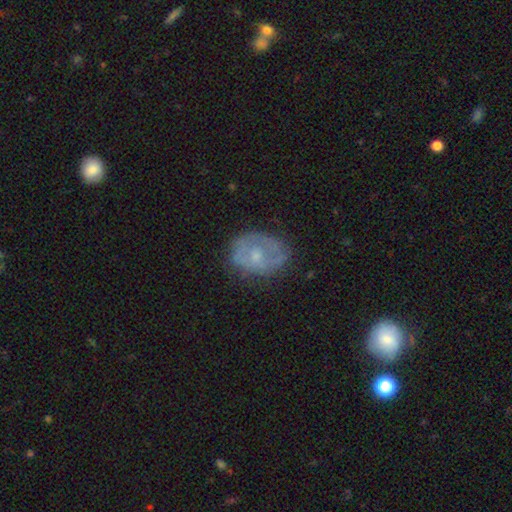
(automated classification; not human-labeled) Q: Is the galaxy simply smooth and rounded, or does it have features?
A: featured or disk — 54%.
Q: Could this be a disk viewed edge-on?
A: no — 96%.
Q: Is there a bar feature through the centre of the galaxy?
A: no — 75%.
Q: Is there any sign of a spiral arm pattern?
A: no — 56%.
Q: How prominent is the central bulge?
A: moderate — 46%.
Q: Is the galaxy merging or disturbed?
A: none — 63%.